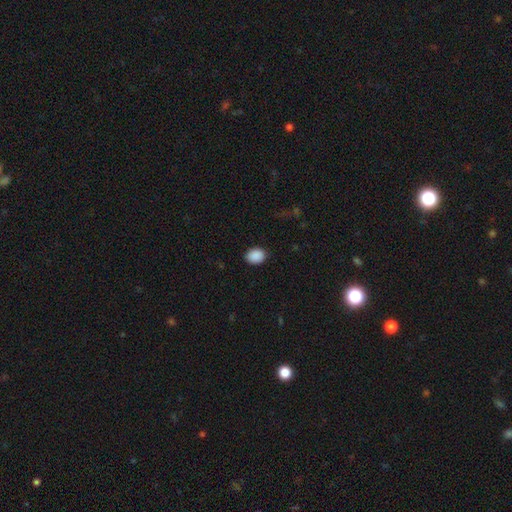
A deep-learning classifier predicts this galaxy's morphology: Smooth or featured: smooth — 90% (star or artifact — 8%)
How rounded: in between — 59% (round — 41%)
Merging: none — 88% (minor disturbance — 9%)